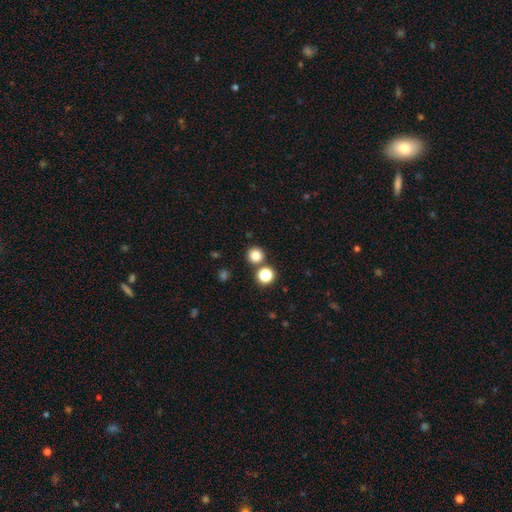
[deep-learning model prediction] A smooth galaxy with no disk features (80%) that is round (94%).

Vote fractions:
- Smooth or featured? smooth: 80% / star or artifact: 15% / featured or disk: 5%
- How rounded? round: 94% / in between: 5% / cigar-shaped: 1%
- Merging? none: 82% / merger: 10% / minor disturbance: 6% / major disturbance: 2%